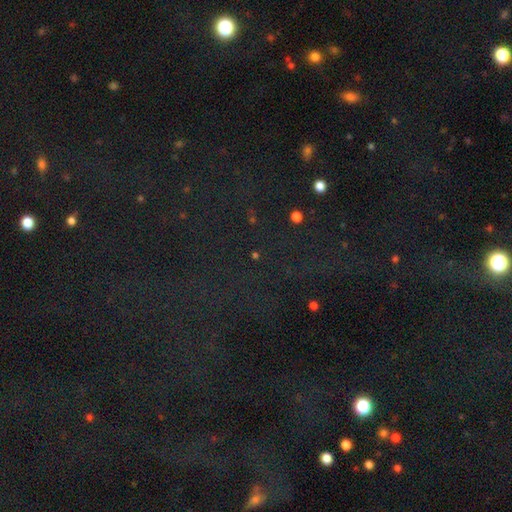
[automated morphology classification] type=star or artifact (73%).